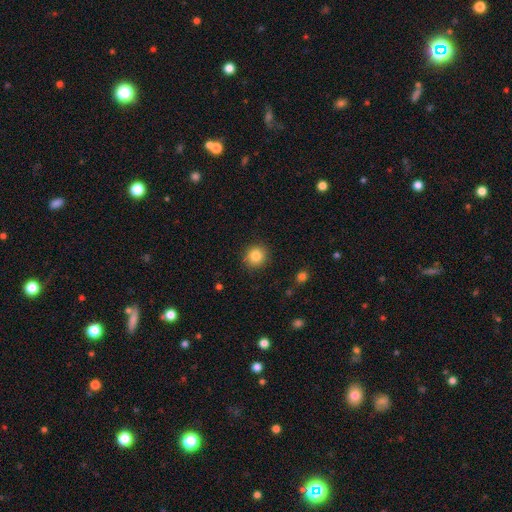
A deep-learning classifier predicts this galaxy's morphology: A smooth galaxy with no disk features (83%) that is round (87%). Merging: none (87%).